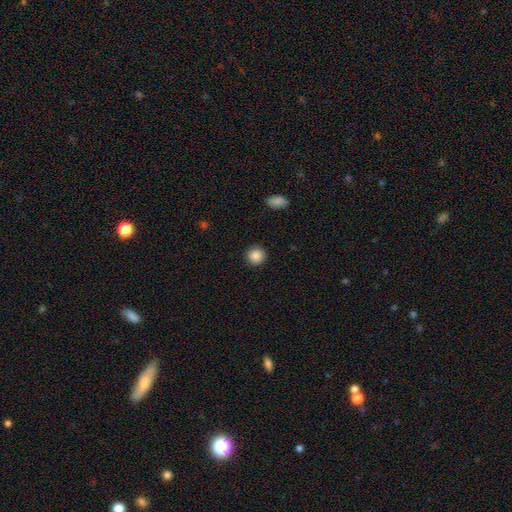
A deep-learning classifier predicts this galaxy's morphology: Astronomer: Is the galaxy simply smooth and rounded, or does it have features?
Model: smooth — 87%.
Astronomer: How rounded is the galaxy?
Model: round — 93%.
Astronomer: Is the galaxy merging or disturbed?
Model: none — 91%.